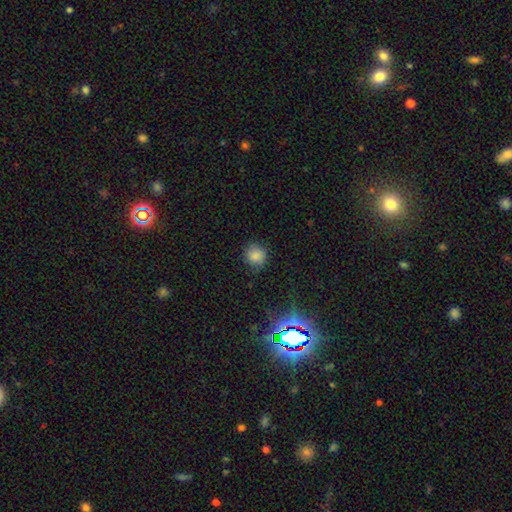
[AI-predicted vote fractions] smooth_or_featured: smooth (p=0.82) [alt: star or artifact p=0.13]
how_rounded: round (p=0.89) [alt: in between p=0.10]
merging: none (p=0.81) [alt: minor disturbance p=0.14]